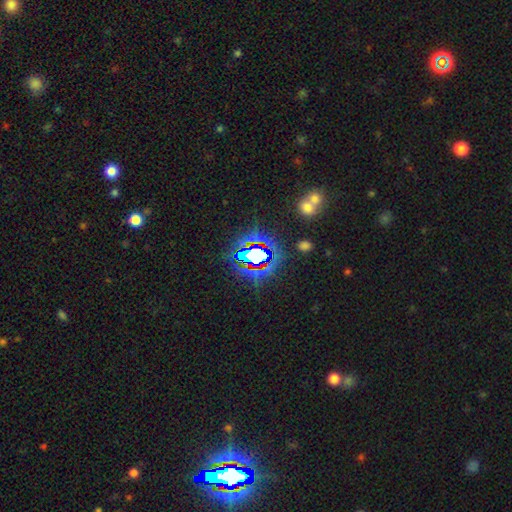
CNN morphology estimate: A star or artifact, not a galaxy (72%).

Vote fractions:
- Smooth or featured? star or artifact: 72% / smooth: 16% / featured or disk: 12%